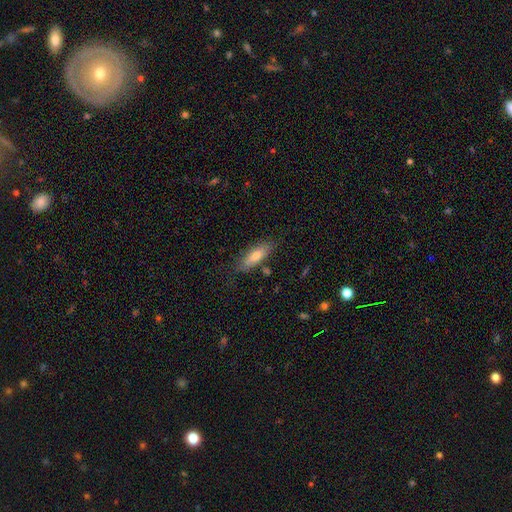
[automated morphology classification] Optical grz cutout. It shows a smooth galaxy with no disk features (65%) that is in between round and cigar-shaped (49%). Merging: none (79%).